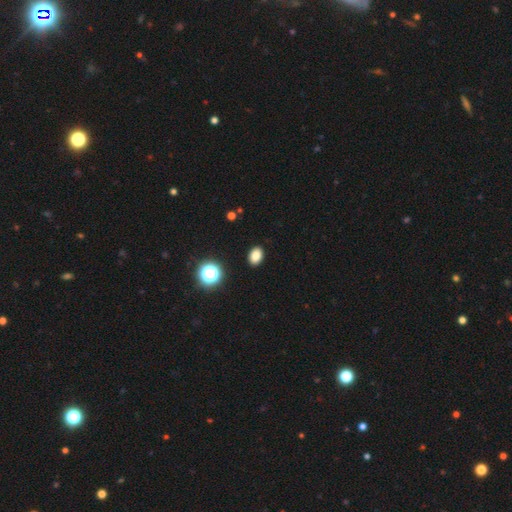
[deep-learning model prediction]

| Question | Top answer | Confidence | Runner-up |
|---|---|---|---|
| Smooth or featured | smooth | 83% | star or artifact (13%) |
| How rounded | in between | 77% | round (22%) |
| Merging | none | 90% | minor disturbance (7%) |